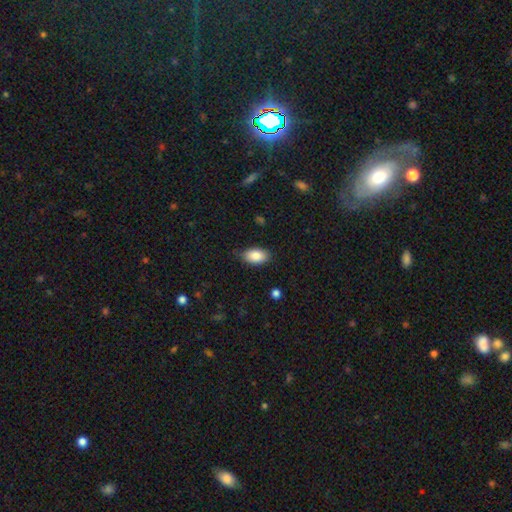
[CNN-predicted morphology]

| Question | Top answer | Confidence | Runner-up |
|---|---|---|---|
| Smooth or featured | smooth | 86% | star or artifact (7%) |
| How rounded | in between | 93% | round (6%) |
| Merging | none | 81% | minor disturbance (15%) |